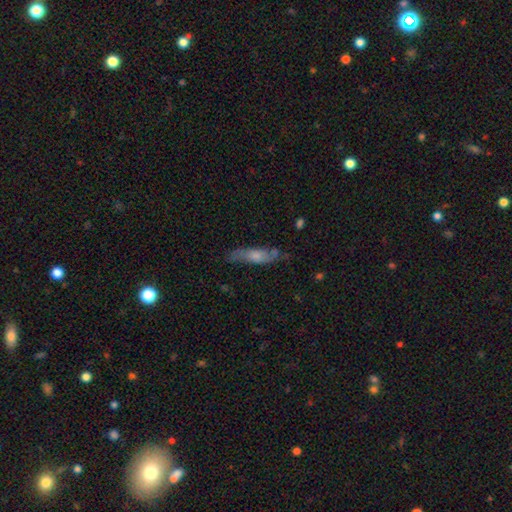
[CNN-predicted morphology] Smooth or featured: smooth — 60% (featured or disk — 34%)
How rounded: cigar-shaped — 60% (in between — 38%)
Merging: none — 55% (minor disturbance — 29%)